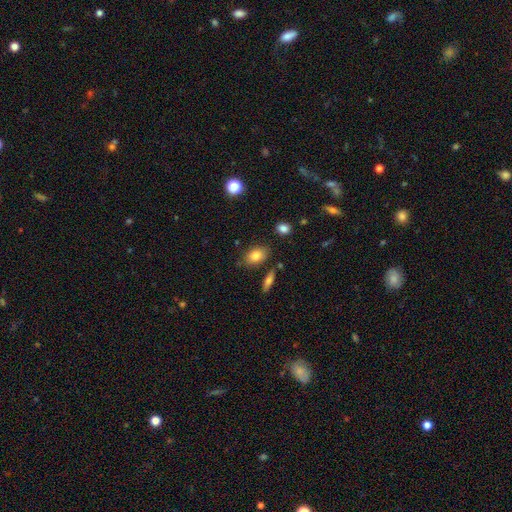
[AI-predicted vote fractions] Smooth or featured?
  - smooth: 82% *
  - featured or disk: 10%
  - star or artifact: 9%
How rounded?
  - in between: 81% *
  - round: 16%
  - cigar-shaped: 3%
Merging?
  - none: 79% *
  - minor disturbance: 13%
  - merger: 5%
  - major disturbance: 3%